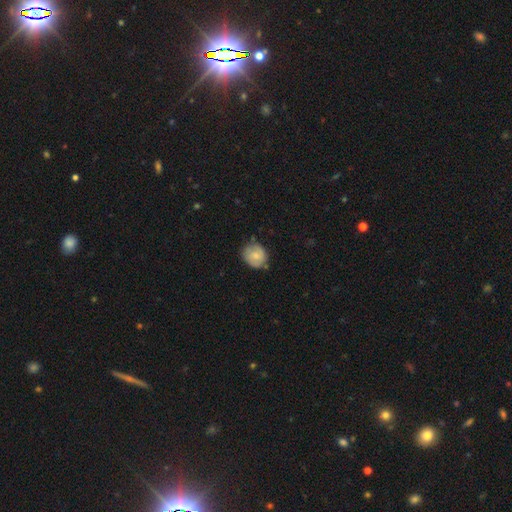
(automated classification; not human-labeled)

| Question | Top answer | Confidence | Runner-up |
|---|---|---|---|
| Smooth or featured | smooth | 66% | featured or disk (27%) |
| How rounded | round | 76% | in between (23%) |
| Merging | none | 69% | minor disturbance (24%) |